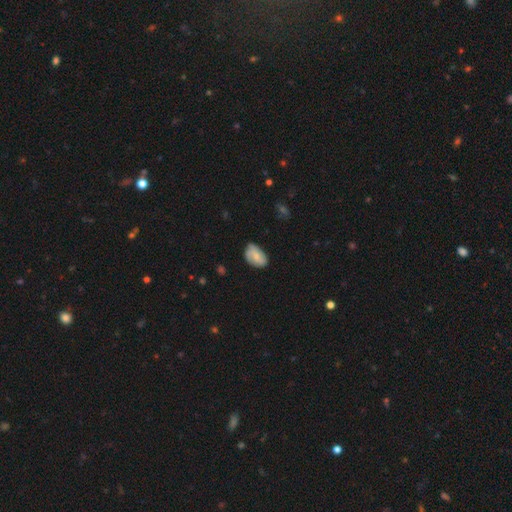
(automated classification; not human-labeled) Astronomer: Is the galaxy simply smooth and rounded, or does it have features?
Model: smooth — 56% (runner-up: featured or disk, 37%).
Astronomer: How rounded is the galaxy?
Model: in between — 88%.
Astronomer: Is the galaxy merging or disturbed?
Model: none — 63%.